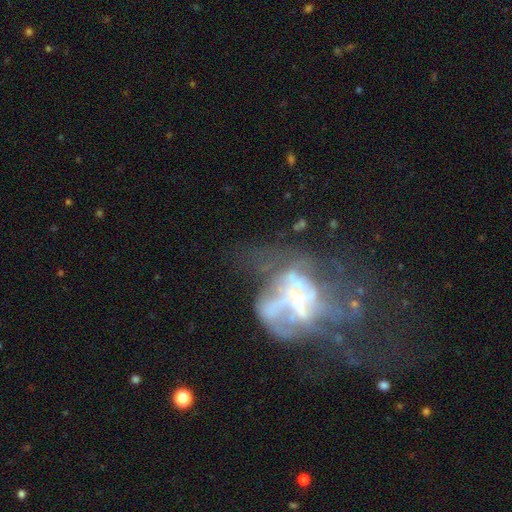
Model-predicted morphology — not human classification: type=featured or disk (67%); edge-on=no (95%); bar=no (60%); spiral arms=no (65%); bulge=small (41%); merging=major disturbance (47%).